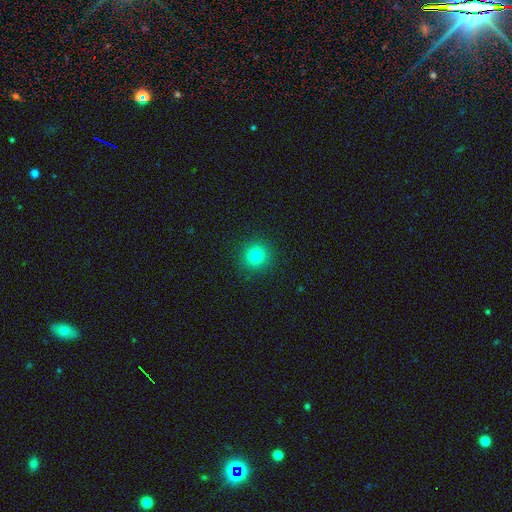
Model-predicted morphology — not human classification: A smooth galaxy with no disk features (80%) that is round (94%). Merging: none (92%).